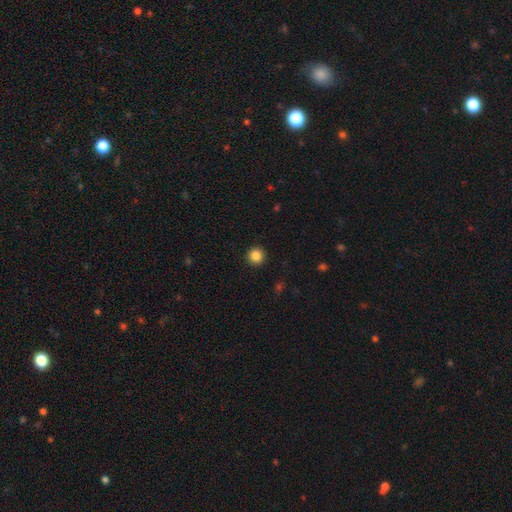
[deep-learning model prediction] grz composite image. It shows a smooth galaxy with no disk features (86%) that is round (95%). Merging: none (93%).